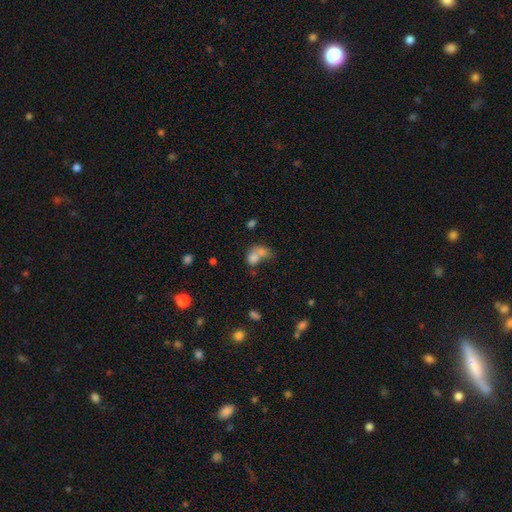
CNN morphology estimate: Smooth or featured?
  - smooth: 74% *
  - featured or disk: 15%
  - star or artifact: 11%
How rounded?
  - in between: 64% *
  - round: 35%
  - cigar-shaped: 2%
Merging?
  - merger: 62% *
  - none: 20%
  - major disturbance: 10%
  - minor disturbance: 9%